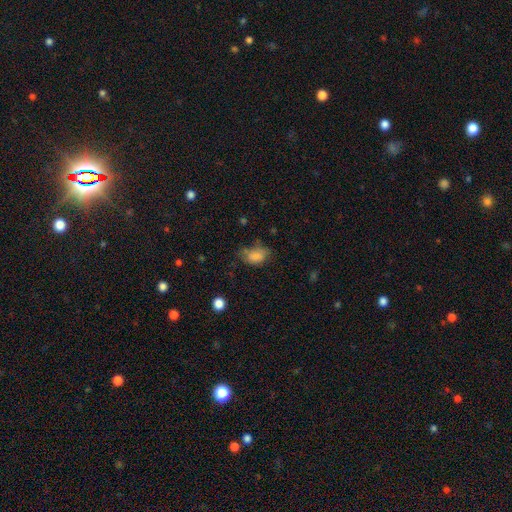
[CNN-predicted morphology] Overall: smooth (80%). How rounded: in between (81%). Merging: none (49%; minor disturbance 31%).